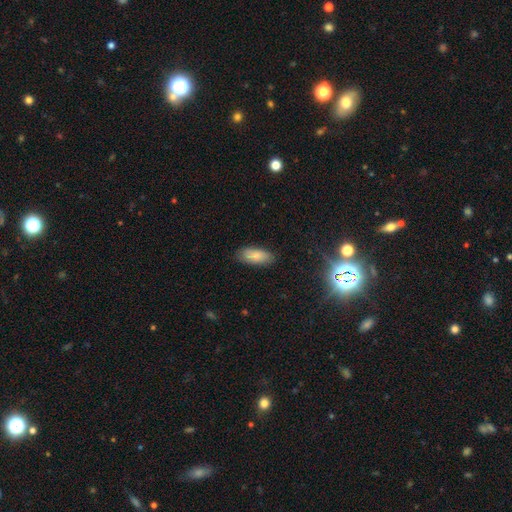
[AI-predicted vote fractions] Q: Smooth or featured?
A: smooth (81%); runner-up: featured or disk (12%)
Q: How rounded?
A: in between (83%); runner-up: cigar-shaped (15%)
Q: Merging?
A: none (83%); runner-up: minor disturbance (13%)